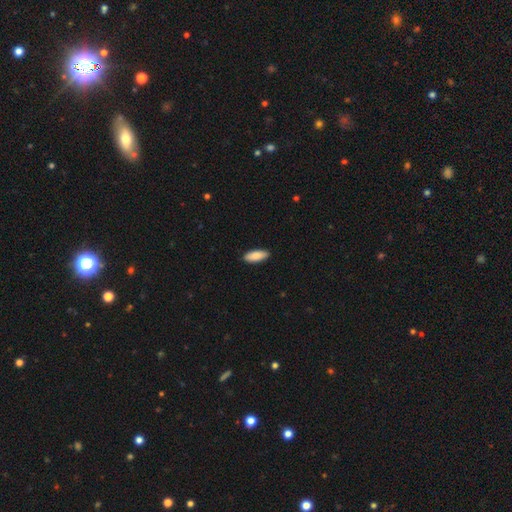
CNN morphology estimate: Smooth or featured?
  - smooth: 87% *
  - featured or disk: 8%
  - star or artifact: 5%
How rounded?
  - in between: 77% *
  - cigar-shaped: 21%
  - round: 2%
Merging?
  - none: 90% *
  - minor disturbance: 8%
  - major disturbance: 1%
  - merger: 1%